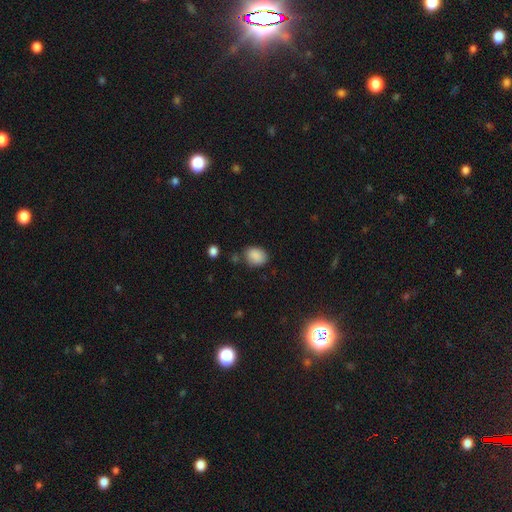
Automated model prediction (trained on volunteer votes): smooth-or-featured: smooth: 87% | star or artifact: 9% | featured or disk: 4%
  how-rounded: in between: 64% | round: 35% | cigar-shaped: 1%
  merging: none: 71% | minor disturbance: 19% | major disturbance: 5% | merger: 5%